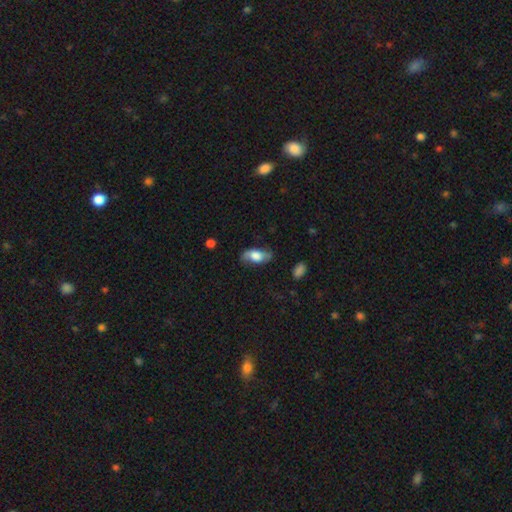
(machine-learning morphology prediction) A smooth galaxy with no disk features (53%) that is in between round and cigar-shaped (84%). Merging: none (70%).